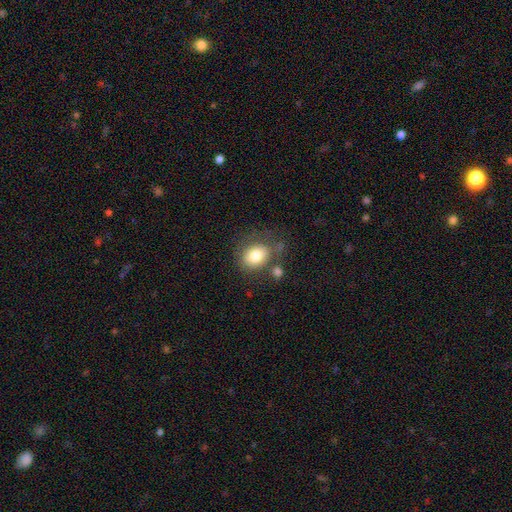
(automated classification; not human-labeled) smooth-or-featured: smooth: 80% | featured or disk: 11% | star or artifact: 9%
  how-rounded: in between: 54% | round: 46% | cigar-shaped: 1%
  merging: none: 62% | minor disturbance: 19% | merger: 11% | major disturbance: 9%